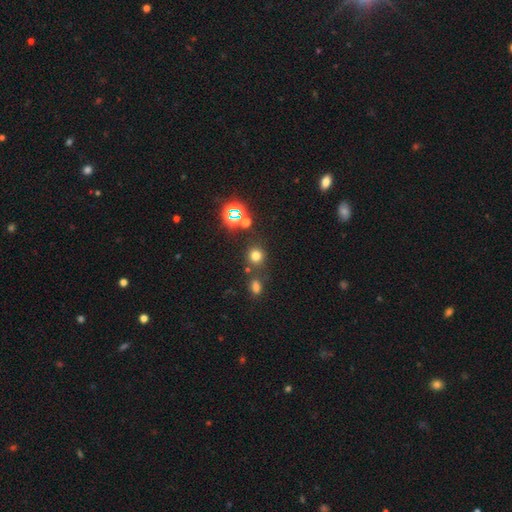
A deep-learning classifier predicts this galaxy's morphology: Smooth or featured?
  - smooth: 70% *
  - star or artifact: 23%
  - featured or disk: 7%
How rounded?
  - round: 85% *
  - in between: 14%
  - cigar-shaped: 1%
Merging?
  - none: 75% *
  - merger: 11%
  - minor disturbance: 10%
  - major disturbance: 4%